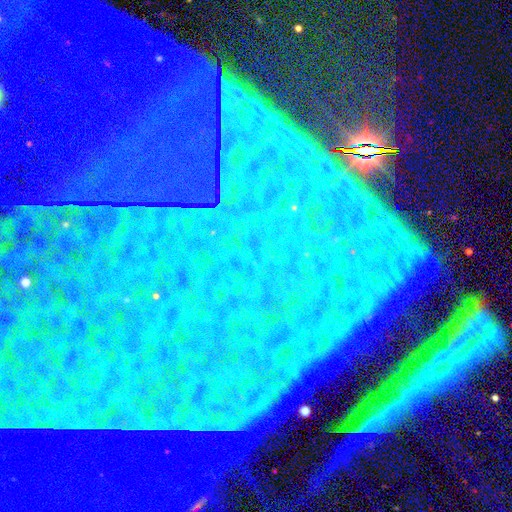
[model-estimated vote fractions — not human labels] The model was most divided on "smooth or featured": star or artifact: 84%, featured or disk: 8%, smooth: 7%.